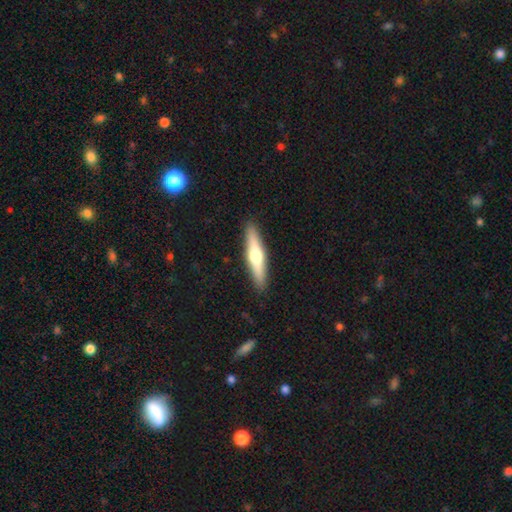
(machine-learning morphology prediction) This is possibly a featured or disk galaxy (48%). Merging: clearly none (90%).